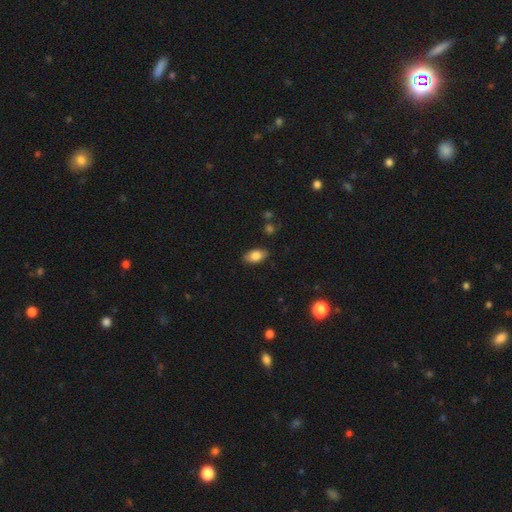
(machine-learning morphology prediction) smooth 83%, featured or disk 10%, star or artifact 7%. Down the decision tree: how rounded — in between (92%); merging — none (86%).